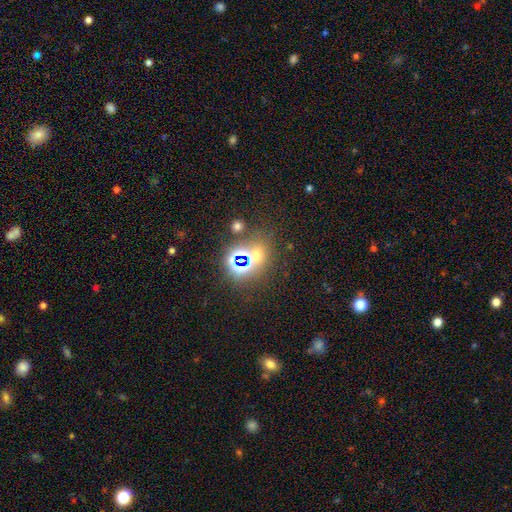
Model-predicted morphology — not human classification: smooth-or-featured: star or artifact: 50% | smooth: 40% | featured or disk: 10%